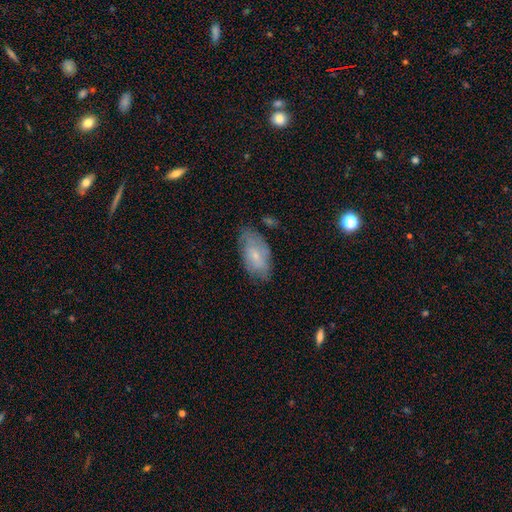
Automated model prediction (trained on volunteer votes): Smooth or featured? smooth (54%)
How rounded? in between (92%)
Merging? none (66%)